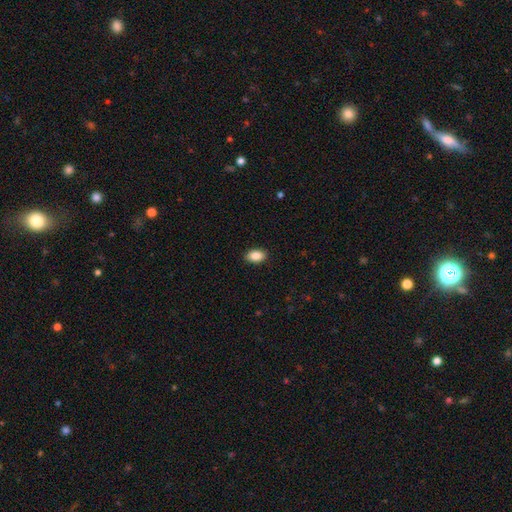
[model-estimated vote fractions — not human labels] The model was most divided on "how rounded": in between: 90%, round: 9%, cigar-shaped: 1%. More confident: merging — none (90%); smooth or featured — smooth (88%).